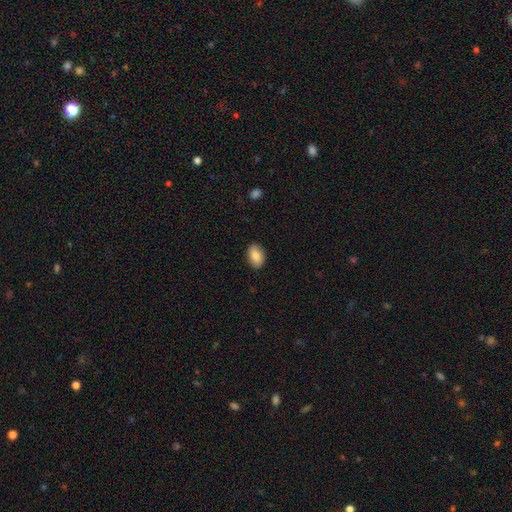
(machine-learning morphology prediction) Smooth or featured? smooth (82%)
How rounded? in between (88%)
Merging? none (88%)